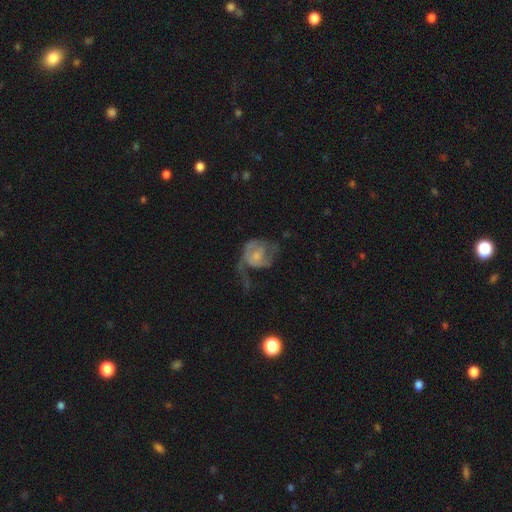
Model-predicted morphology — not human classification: type=featured or disk (64%); edge-on=no (97%); bar=no (72%); spiral arms=yes (76%); bulge=small (44%); merging=major disturbance (52%).